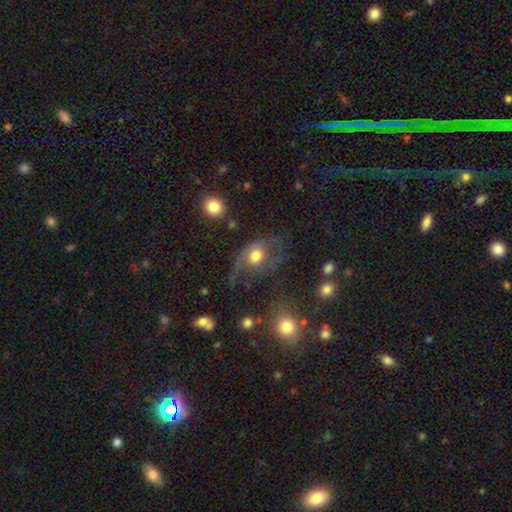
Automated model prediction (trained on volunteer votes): Smooth or featured?
  - featured or disk: 47% *
  - smooth: 43%
  - star or artifact: 10%
Merging?
  - major disturbance: 40% *
  - none: 34%
  - minor disturbance: 20%
  - merger: 6%